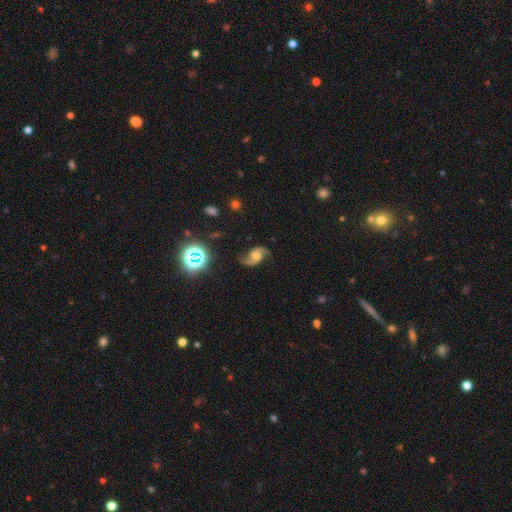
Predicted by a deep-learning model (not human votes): Smooth or featured: featured or disk — 82% (star or artifact — 9%)
Edge-on disk: no — 98% (yes — 2%)
Bar: no — 57% (weak — 35%)
Spiral arms: yes — 97% (no — 3%)
Spiral winding: loose — 57% (medium — 35%)
Spiral arm count: 2 — 93% (can't tell — 2%)
Bulge size: moderate — 43% (small — 28%)
Merging: none — 76% (minor disturbance — 16%)